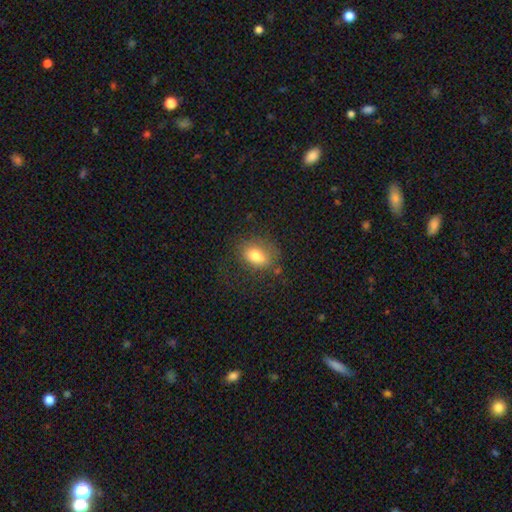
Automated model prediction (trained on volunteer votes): Smooth or featured? smooth (78%)
How rounded? in between (70%)
Merging? none (65%)